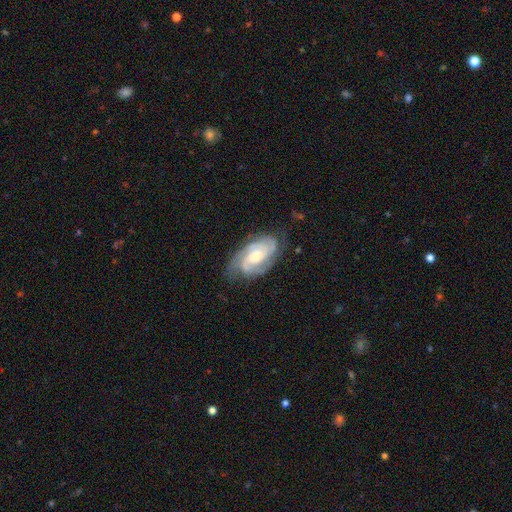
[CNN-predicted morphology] featured or disk 88%, smooth 7%, star or artifact 5%. Down the decision tree: edge-on disk — no (97%); bar — no (59%); spiral arms — yes (98%); spiral arm count — 2 (38%); spiral winding — tight (63%); bulge size — moderate (51%); merging — none (74%).